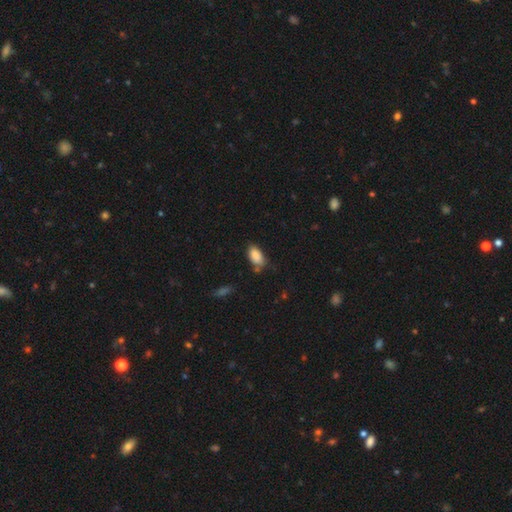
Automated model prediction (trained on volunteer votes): Smooth or featured? smooth (87%)
How rounded? in between (93%)
Merging? none (65%)